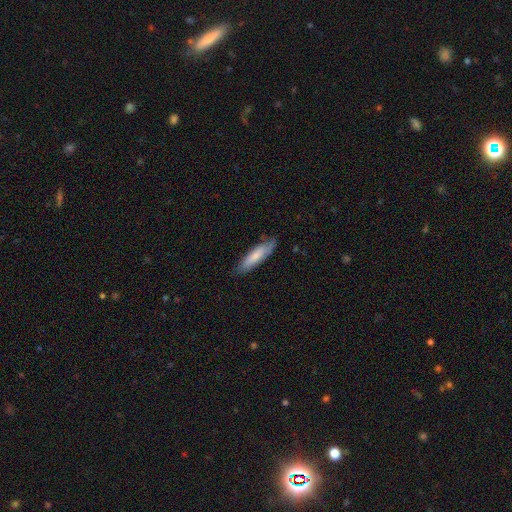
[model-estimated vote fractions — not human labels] smooth 72%, featured or disk 22%, star or artifact 5%. Down the decision tree: how rounded — cigar-shaped (70%); merging — none (77%).